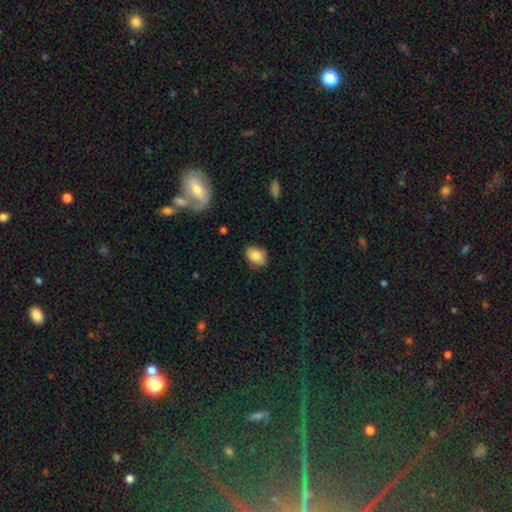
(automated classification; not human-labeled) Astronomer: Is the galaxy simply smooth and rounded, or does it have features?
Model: smooth — 84%.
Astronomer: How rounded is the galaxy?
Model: in between — 72%.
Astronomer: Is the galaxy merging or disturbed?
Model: none — 78%.